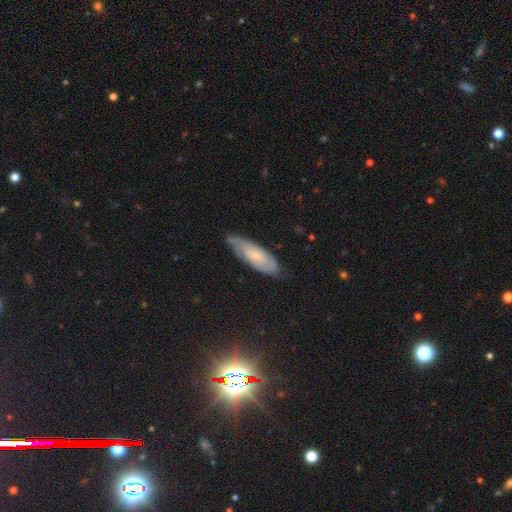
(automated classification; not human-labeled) smooth_or_featured: featured or disk (p=0.58) [alt: smooth p=0.34]
disk_edge_on: no (p=0.81) [alt: yes p=0.19]
merging: none (p=0.72) [alt: minor disturbance p=0.22]